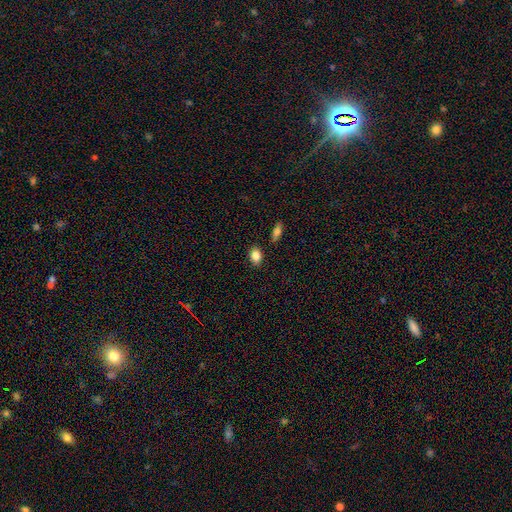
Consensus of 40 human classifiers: This appears to be a smooth galaxy with no disk features (85%) that is in between round and cigar-shaped (65%). Merging: none (86%).